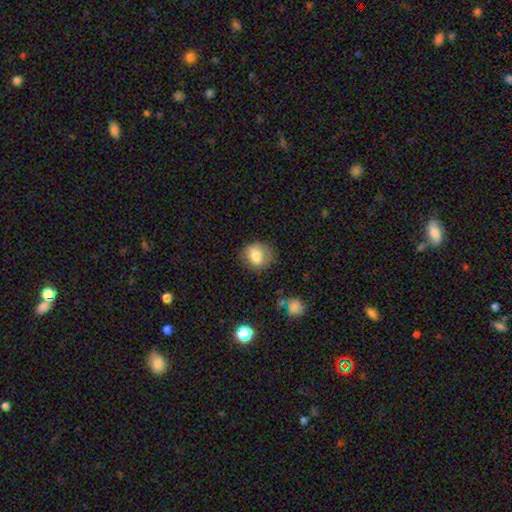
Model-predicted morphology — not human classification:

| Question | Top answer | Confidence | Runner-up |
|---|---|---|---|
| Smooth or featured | smooth | 80% | featured or disk (12%) |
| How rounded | round | 64% | in between (35%) |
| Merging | none | 73% | minor disturbance (19%) |